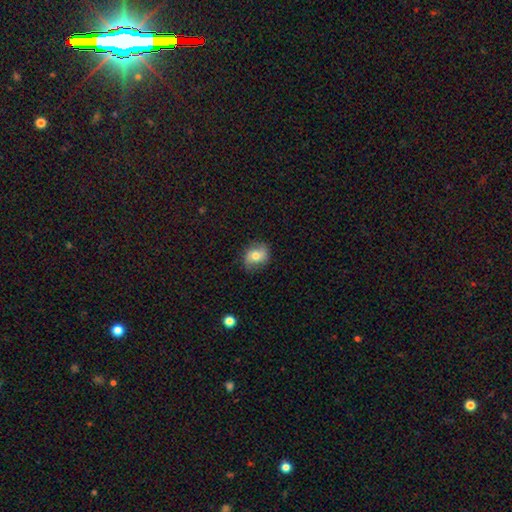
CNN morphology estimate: This is likely a smooth galaxy (63%). How rounded: possibly round (50%). Merging: likely none (78%).